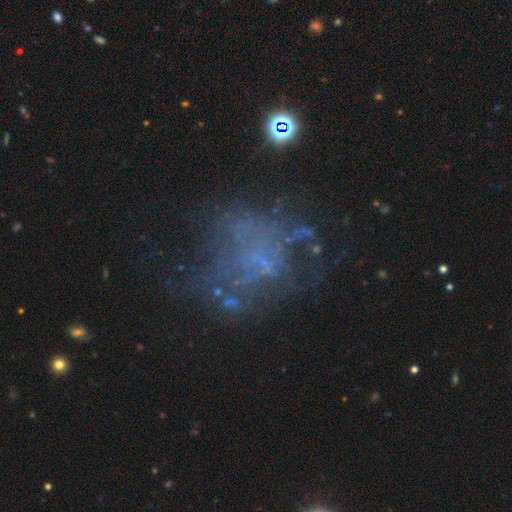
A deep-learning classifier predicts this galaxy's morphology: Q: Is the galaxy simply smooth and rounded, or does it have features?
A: featured or disk — 53%.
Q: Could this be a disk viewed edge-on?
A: no — 98%.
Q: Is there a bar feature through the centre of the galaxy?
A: no — 89%.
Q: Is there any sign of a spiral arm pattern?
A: no — 83%.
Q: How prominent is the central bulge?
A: none — 76%.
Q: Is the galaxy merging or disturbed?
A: none — 48%.